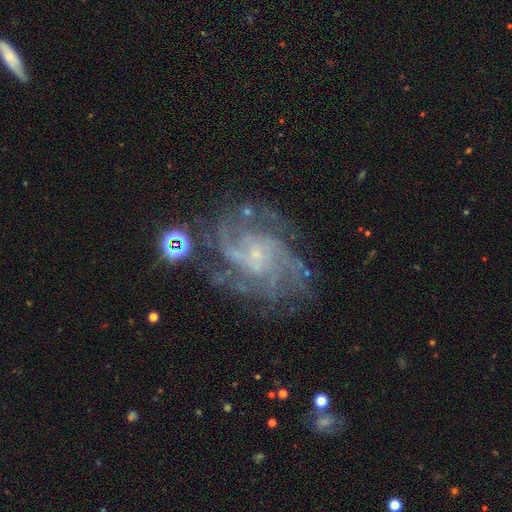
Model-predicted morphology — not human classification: Q: Smooth or featured?
A: featured or disk (85%); runner-up: star or artifact (9%)
Q: Edge-on disk?
A: no (97%); runner-up: yes (3%)
Q: Bar?
A: no (67%); runner-up: weak (27%)
Q: Spiral arms?
A: yes (95%); runner-up: no (5%)
Q: Spiral winding?
A: tight (51%); runner-up: medium (38%)
Q: Spiral arm count?
A: can't tell (27%); runner-up: 4 (23%)
Q: Bulge size?
A: small (79%); runner-up: none (11%)
Q: Merging?
A: none (69%); runner-up: minor disturbance (16%)